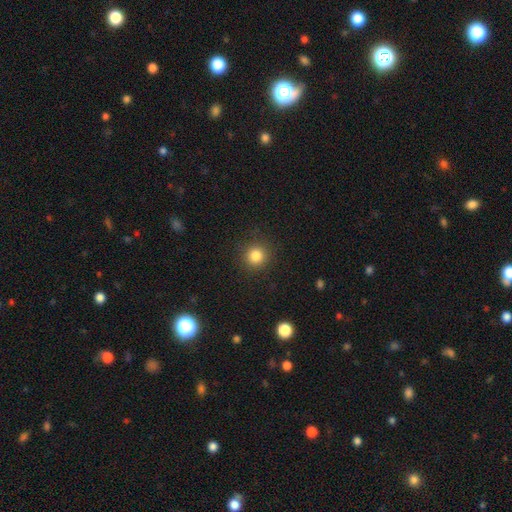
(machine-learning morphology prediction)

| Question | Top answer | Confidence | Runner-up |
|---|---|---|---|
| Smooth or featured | smooth | 83% | star or artifact (12%) |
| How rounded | round | 93% | in between (6%) |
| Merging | none | 90% | minor disturbance (6%) |